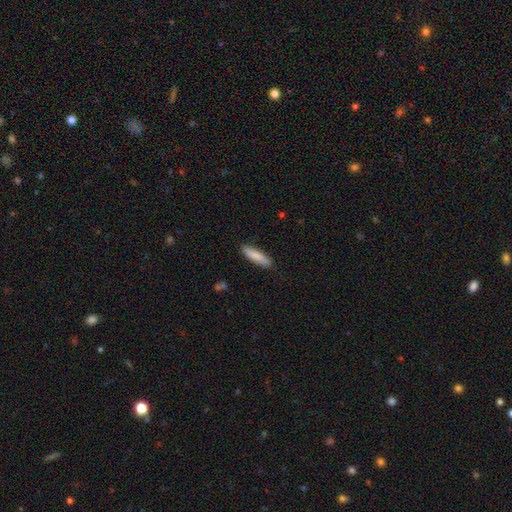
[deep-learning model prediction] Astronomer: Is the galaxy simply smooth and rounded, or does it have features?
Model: smooth — 83%.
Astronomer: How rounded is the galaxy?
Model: cigar-shaped — 77%.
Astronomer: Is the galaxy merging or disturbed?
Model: none — 86%.